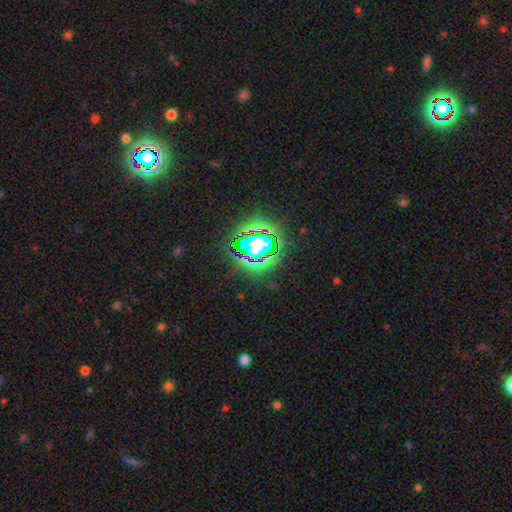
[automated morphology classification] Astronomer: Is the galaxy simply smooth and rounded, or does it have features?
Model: star or artifact — 67%.